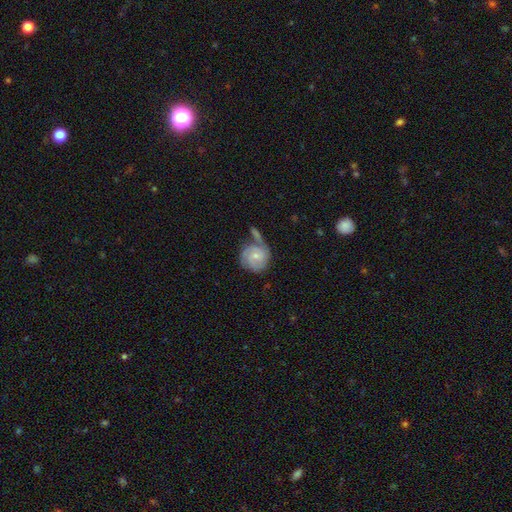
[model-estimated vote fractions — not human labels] A featured or disk galaxy (59%) with no bar (72%), spiral arms (87%) and a small central bulge (62%). Merging: none (44%).